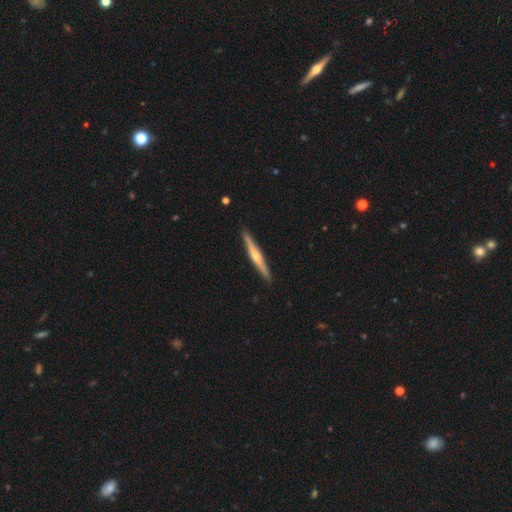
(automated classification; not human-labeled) This is likely a featured or disk galaxy (61%). It is clearly viewed edge-on (98%). Edge-on bulge: likely rounded (73%). Merging: clearly none (91%).